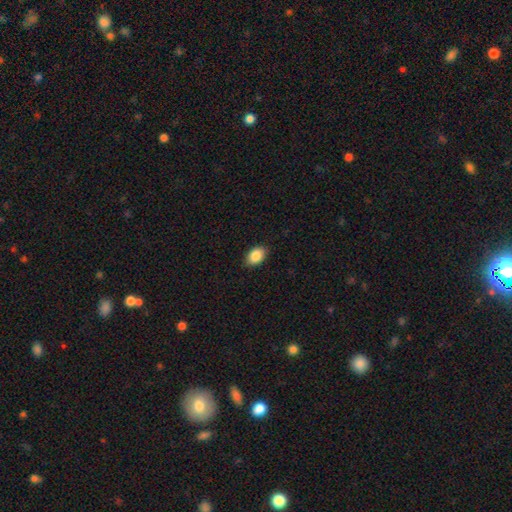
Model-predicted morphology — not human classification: Overall: smooth (87%). How rounded: in between (86%). Merging: none (87%).